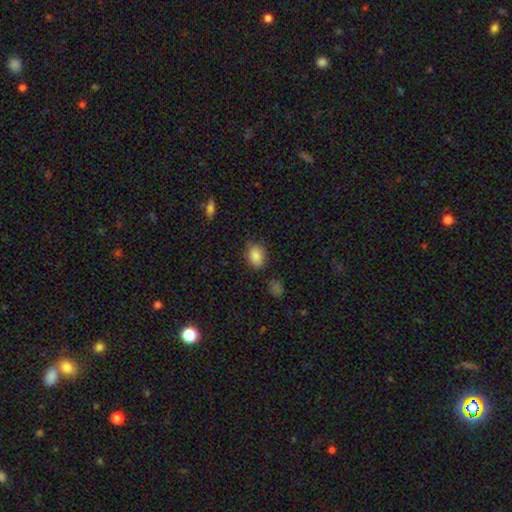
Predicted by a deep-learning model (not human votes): A smooth galaxy with no disk features (85%) that is in between round and cigar-shaped (68%). Merging: none (79%).